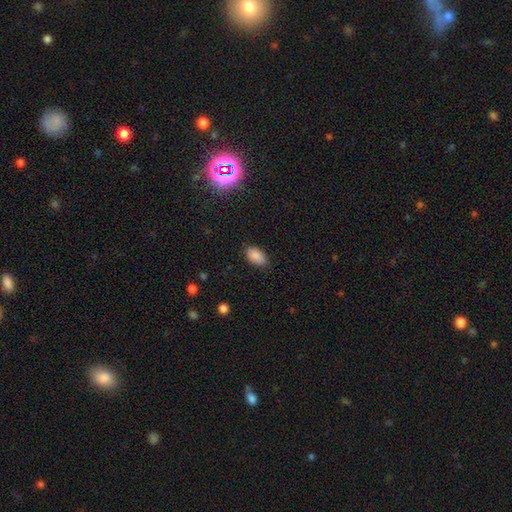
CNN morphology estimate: smooth-or-featured: smooth: 87% | star or artifact: 9% | featured or disk: 4%
  how-rounded: in between: 93% | round: 5% | cigar-shaped: 2%
  merging: none: 82% | minor disturbance: 14% | major disturbance: 3% | merger: 1%